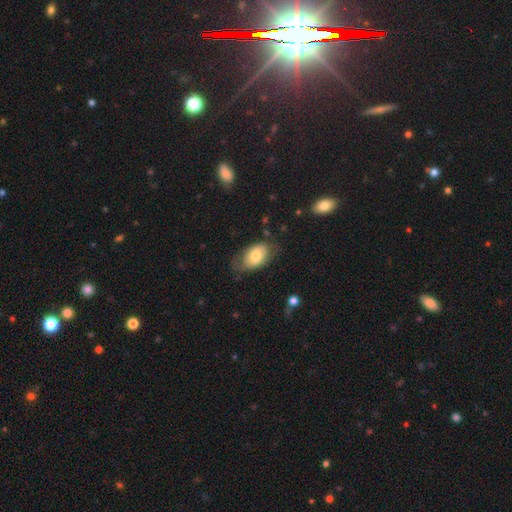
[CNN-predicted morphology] Smooth or featured? smooth (63%)
How rounded? in between (90%)
Merging? none (57%)